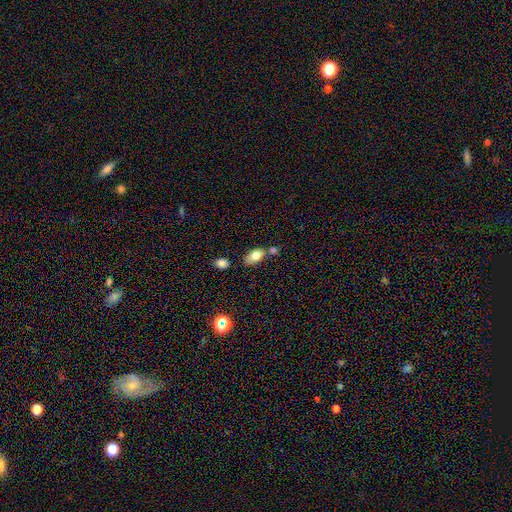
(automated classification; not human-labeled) The model was most divided on "merging": none: 57%, merger: 21%, minor disturbance: 18%, major disturbance: 5%. More confident: how rounded — in between (88%); smooth or featured — smooth (77%).